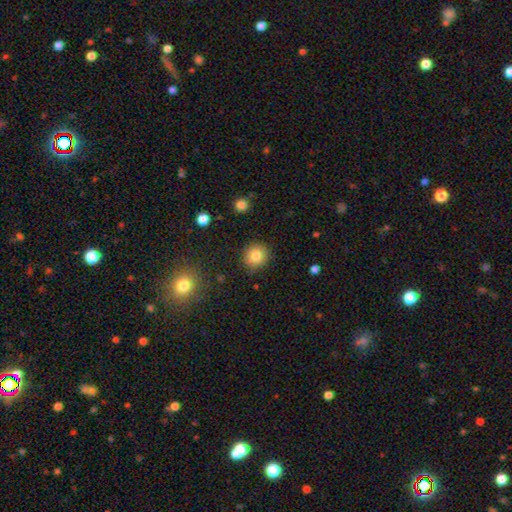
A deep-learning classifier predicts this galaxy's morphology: Smooth or featured: smooth — 82% (star or artifact — 10%)
How rounded: round — 89% (in between — 11%)
Merging: none — 87% (minor disturbance — 9%)